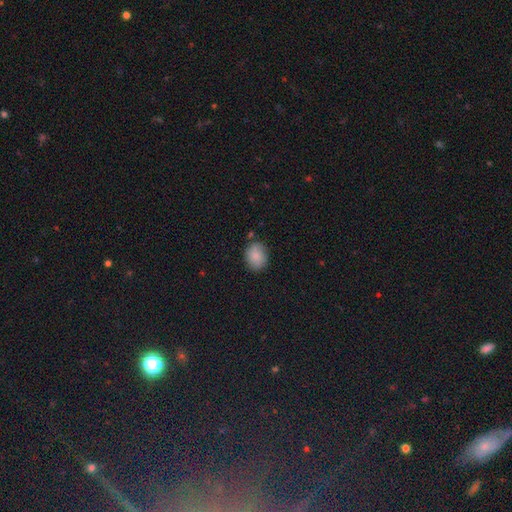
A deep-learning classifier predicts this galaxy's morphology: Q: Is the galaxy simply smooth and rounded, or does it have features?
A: smooth — 85%.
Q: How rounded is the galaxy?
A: round — 55%.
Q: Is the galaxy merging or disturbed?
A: none — 80%.